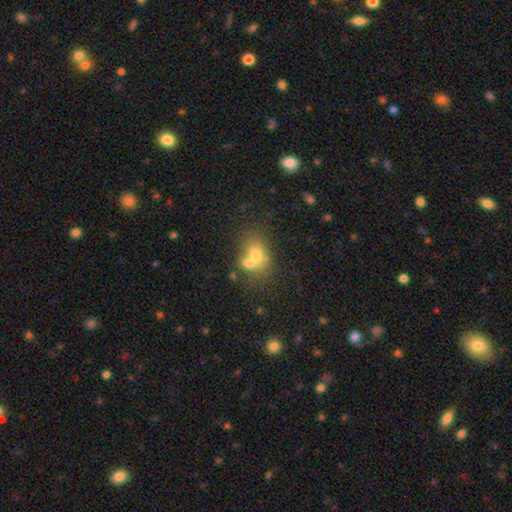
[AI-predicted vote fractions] smooth-or-featured: smooth: 64% | featured or disk: 21% | star or artifact: 14%
  how-rounded: in between: 56% | round: 42% | cigar-shaped: 1%
  merging: merger: 55% | none: 28% | minor disturbance: 10% | major disturbance: 7%